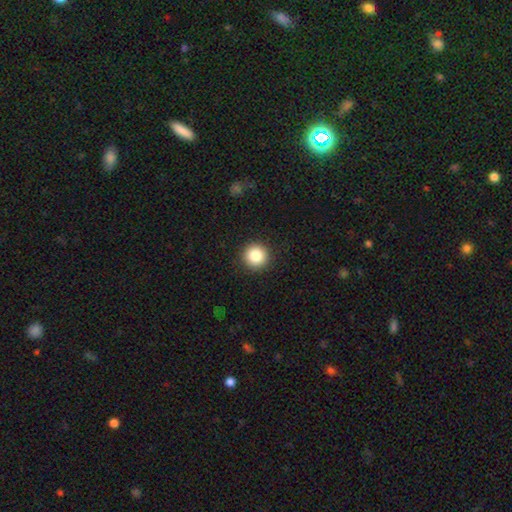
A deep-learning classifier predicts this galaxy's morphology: Smooth or featured?
  - smooth: 86% *
  - star or artifact: 10%
  - featured or disk: 5%
How rounded?
  - round: 96% *
  - in between: 3%
  - cigar-shaped: 1%
Merging?
  - none: 92% *
  - minor disturbance: 5%
  - major disturbance: 2%
  - merger: 1%